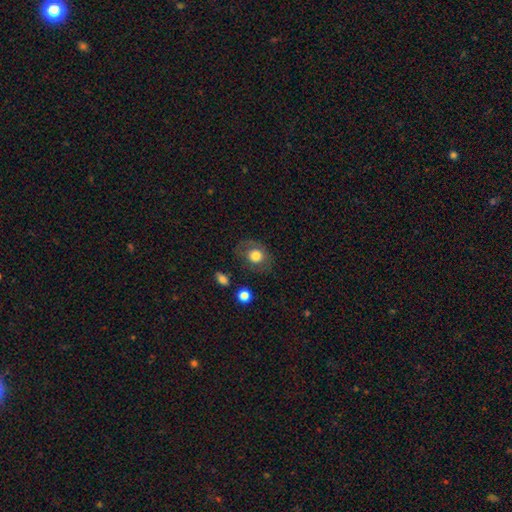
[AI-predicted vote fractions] Q: Smooth or featured?
A: smooth (71%); runner-up: featured or disk (20%)
Q: How rounded?
A: round (61%); runner-up: in between (38%)
Q: Merging?
A: none (71%); runner-up: minor disturbance (17%)